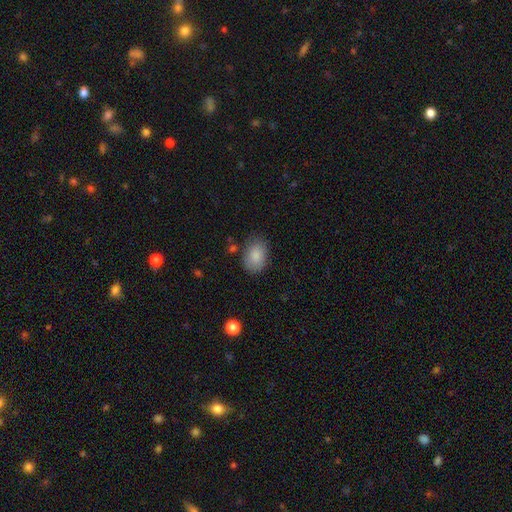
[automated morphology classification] Smooth or featured? Predicted: smooth (p=0.86). How rounded? Predicted: in between (p=0.81). Merging? Predicted: none (p=0.75).